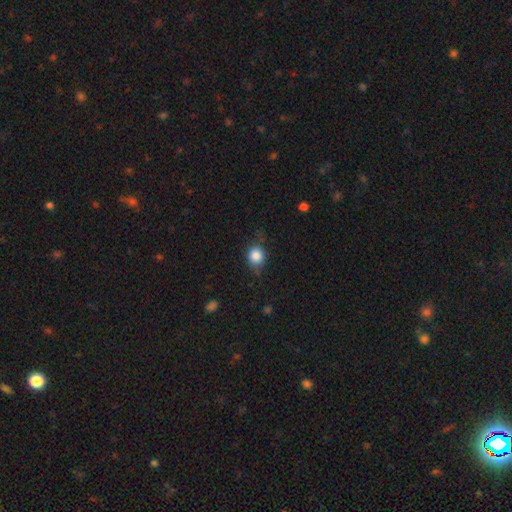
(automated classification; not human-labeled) This is clearly a smooth galaxy (81%). How rounded: likely round (75%). Merging: likely none (68%).